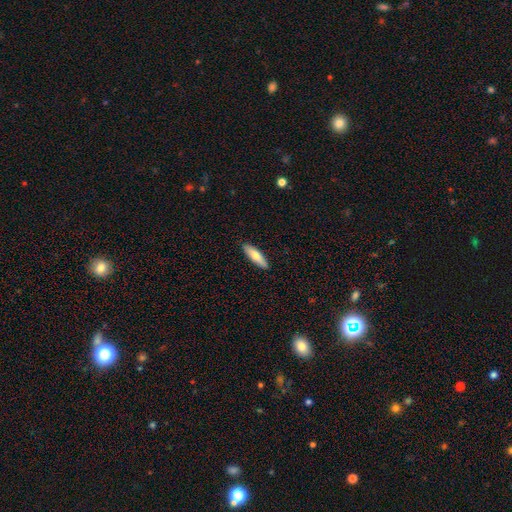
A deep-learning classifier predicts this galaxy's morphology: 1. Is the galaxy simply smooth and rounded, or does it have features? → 71% smooth, 24% featured or disk, 6% star or artifact.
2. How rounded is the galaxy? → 59% cigar-shaped, 39% in between, 2% round.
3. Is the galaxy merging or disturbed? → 89% none, 8% minor disturbance, 2% major disturbance, 1% merger.